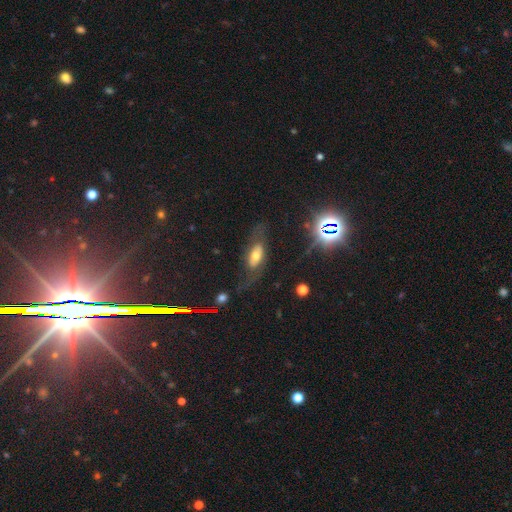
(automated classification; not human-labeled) Q: Smooth or featured?
A: featured or disk (46%); runner-up: smooth (41%)
Q: Merging?
A: none (55%); runner-up: major disturbance (23%)